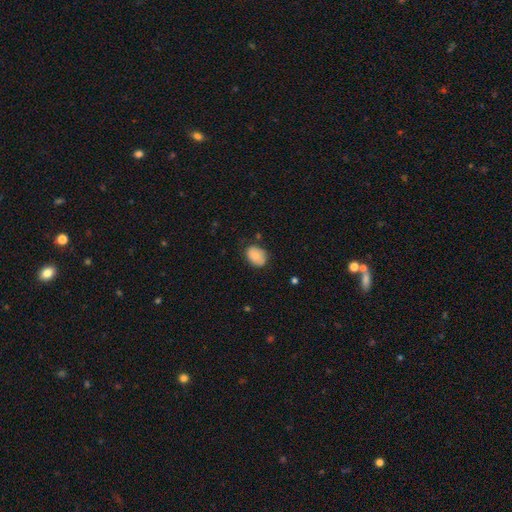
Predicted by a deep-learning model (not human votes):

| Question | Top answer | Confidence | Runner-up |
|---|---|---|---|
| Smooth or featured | smooth | 78% | featured or disk (14%) |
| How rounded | in between | 71% | round (28%) |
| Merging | none | 72% | minor disturbance (22%) |